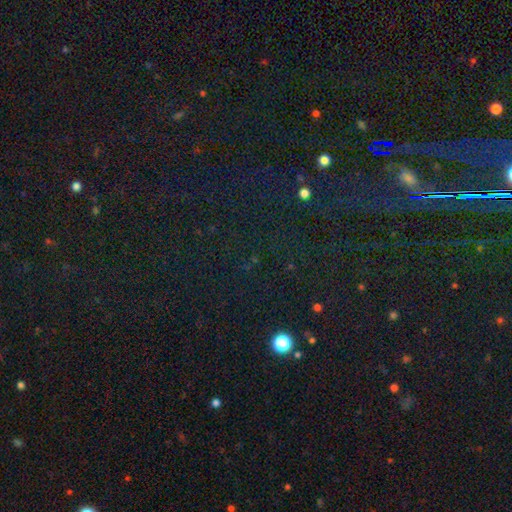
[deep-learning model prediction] Smooth or featured? Predicted: star or artifact (p=0.79).